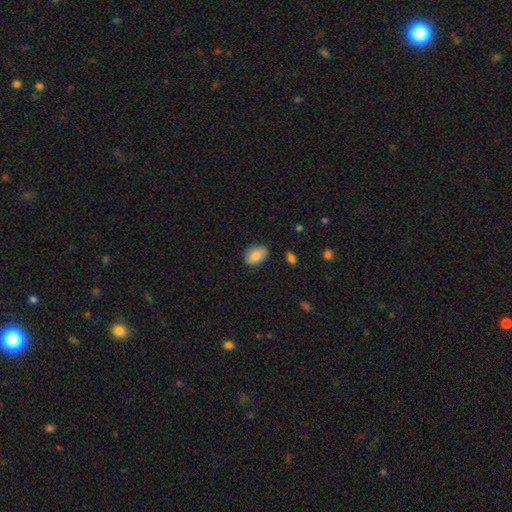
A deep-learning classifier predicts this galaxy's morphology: Smooth or featured?
  - smooth: 86% *
  - featured or disk: 7%
  - star or artifact: 7%
How rounded?
  - in between: 87% *
  - round: 12%
  - cigar-shaped: 1%
Merging?
  - none: 76% *
  - minor disturbance: 19%
  - major disturbance: 3%
  - merger: 2%